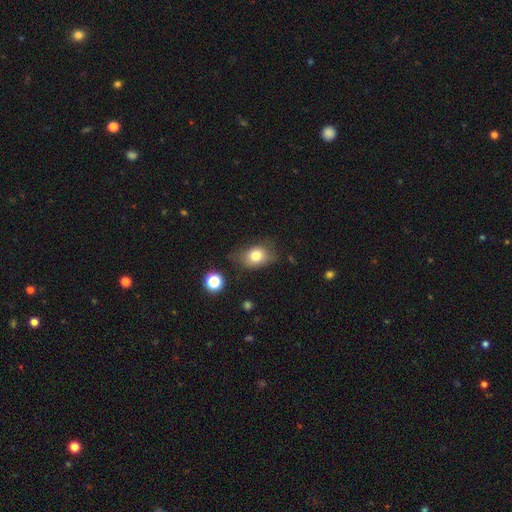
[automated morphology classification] Smooth or featured?
  - smooth: 78% *
  - featured or disk: 12%
  - star or artifact: 10%
How rounded?
  - in between: 70% *
  - round: 28%
  - cigar-shaped: 1%
Merging?
  - none: 61% *
  - minor disturbance: 28%
  - major disturbance: 9%
  - merger: 3%